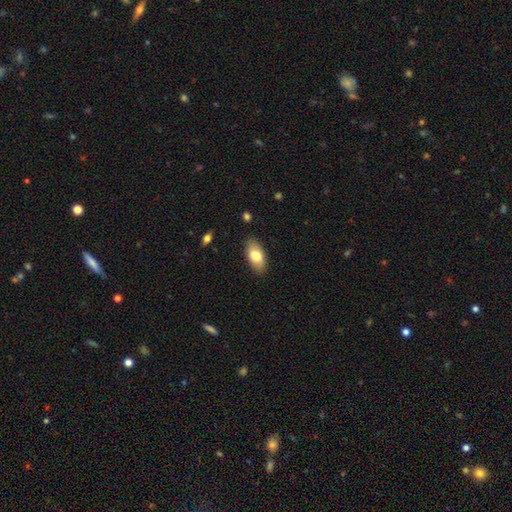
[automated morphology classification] Smooth or featured? Predicted: smooth (p=0.77). How rounded? Predicted: in between (p=0.91). Merging? Predicted: none (p=0.87).